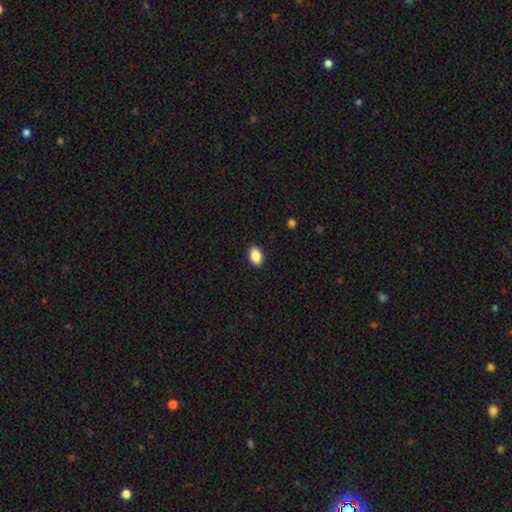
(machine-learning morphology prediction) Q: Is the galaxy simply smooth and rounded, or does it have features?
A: smooth — 87%.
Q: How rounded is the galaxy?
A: in between — 84%.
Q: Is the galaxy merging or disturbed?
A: none — 90%.